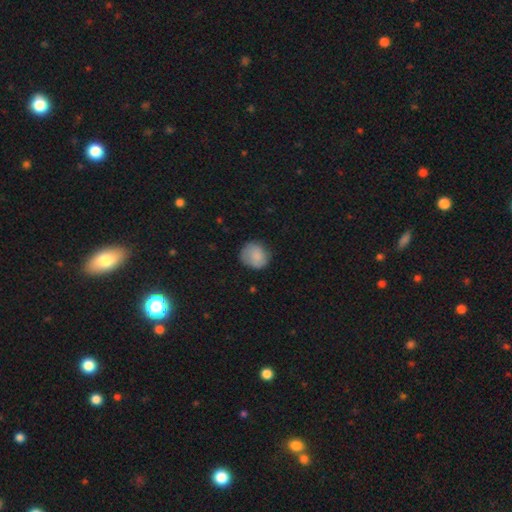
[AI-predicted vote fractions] This is clearly a smooth galaxy (83%). How rounded: clearly round (83%). Merging: likely none (74%).